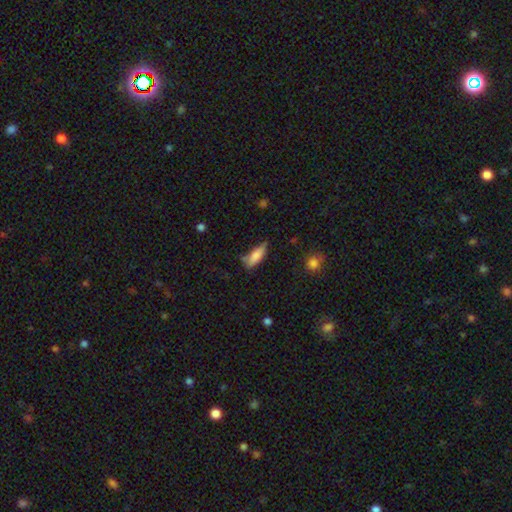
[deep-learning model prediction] smooth_or_featured: smooth (p=0.79) [alt: featured or disk p=0.14]
how_rounded: in between (p=0.60) [alt: cigar-shaped p=0.38]
merging: none (p=0.53) [alt: minor disturbance p=0.32]